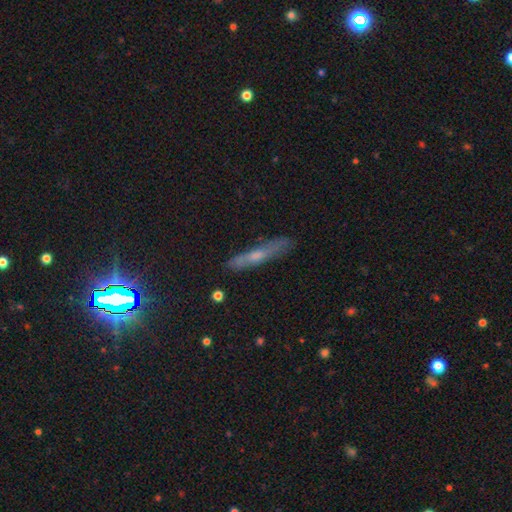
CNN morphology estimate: featured or disk 45%, smooth 43%, star or artifact 12%. Down the decision tree: merging — none (79%).